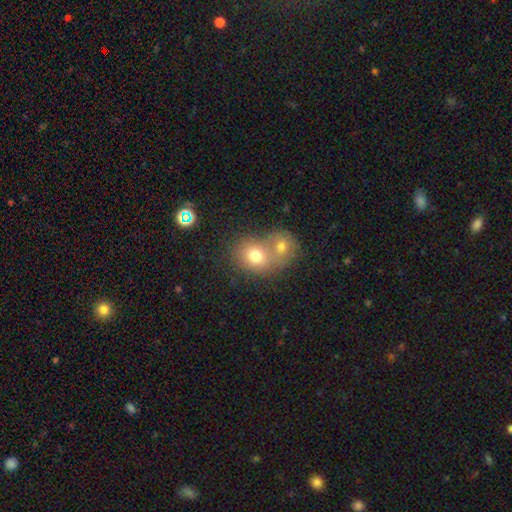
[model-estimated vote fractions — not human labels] A smooth galaxy with no disk features (72%) that is round (60%). Merging: merger (60%).